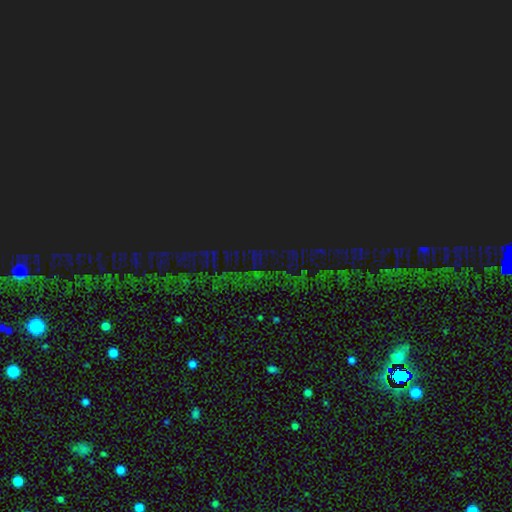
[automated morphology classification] The model was most divided on "smooth or featured": star or artifact: 85%, smooth: 9%, featured or disk: 6%.